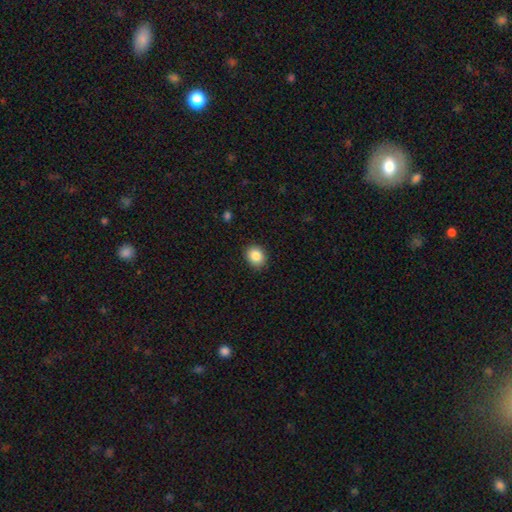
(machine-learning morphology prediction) Smooth or featured: smooth — 86% (star or artifact — 9%)
How rounded: round — 63% (in between — 37%)
Merging: none — 88% (minor disturbance — 9%)